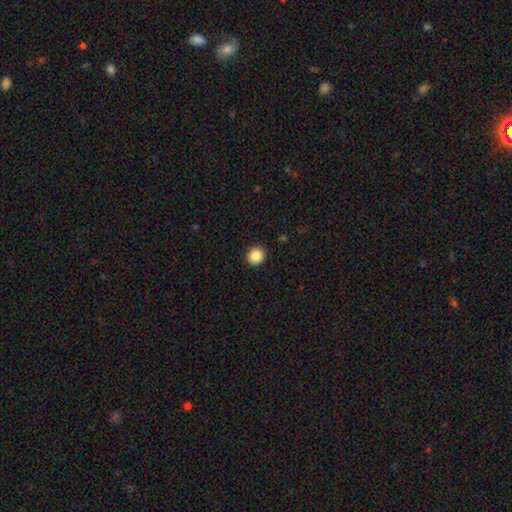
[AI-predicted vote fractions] smooth-or-featured: smooth: 86% | star or artifact: 10% | featured or disk: 4%
  how-rounded: round: 83% | in between: 16% | cigar-shaped: 1%
  merging: none: 92% | minor disturbance: 6% | major disturbance: 2% | merger: 1%